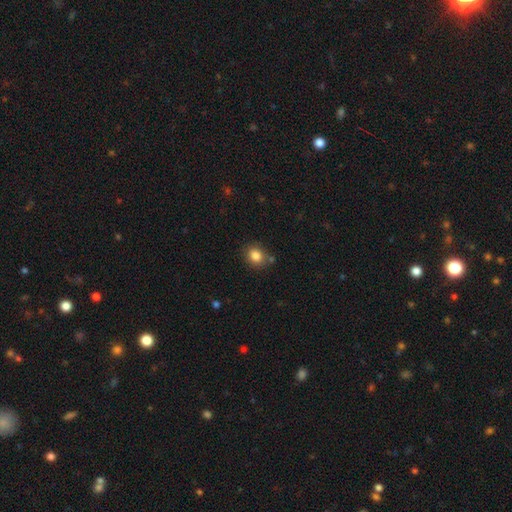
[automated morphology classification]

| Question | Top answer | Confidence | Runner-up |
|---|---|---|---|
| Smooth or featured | smooth | 84% | star or artifact (11%) |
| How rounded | round | 69% | in between (30%) |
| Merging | none | 78% | minor disturbance (13%) |